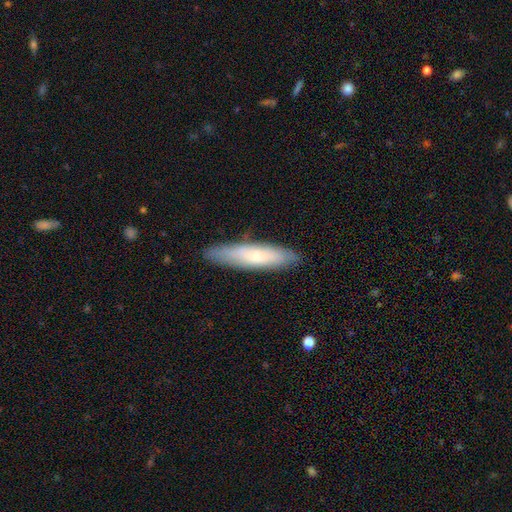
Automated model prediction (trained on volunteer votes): Smooth or featured? Predicted: smooth (p=0.59). How rounded? Predicted: cigar-shaped (p=0.76). Merging? Predicted: none (p=0.84).